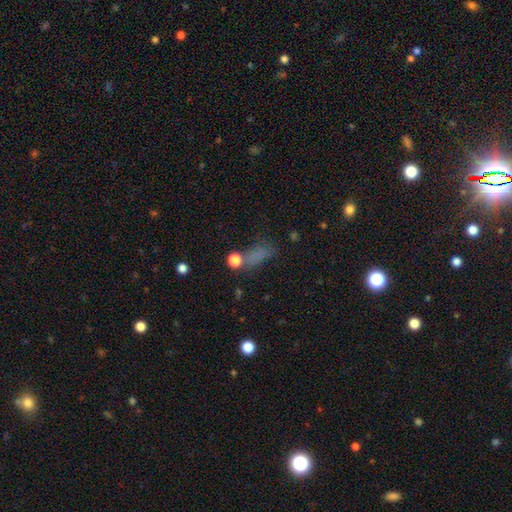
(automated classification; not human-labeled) This is likely a smooth galaxy (65%). How rounded: possibly in between (53%). Merging: possibly none (55%).